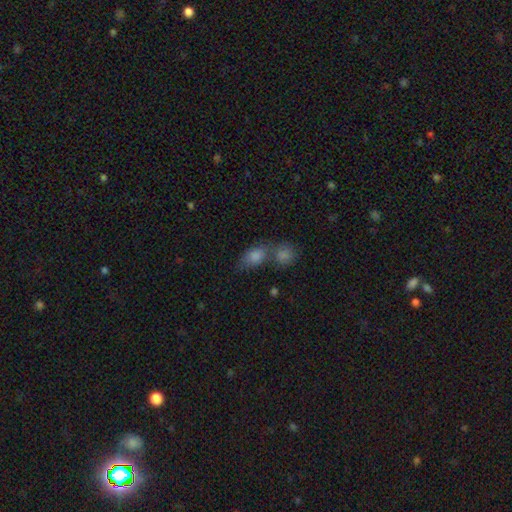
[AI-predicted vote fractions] smooth_or_featured: smooth (p=0.77) [alt: star or artifact p=0.13]
how_rounded: in between (p=0.75) [alt: round p=0.20]
merging: merger (p=0.49) [alt: none p=0.36]